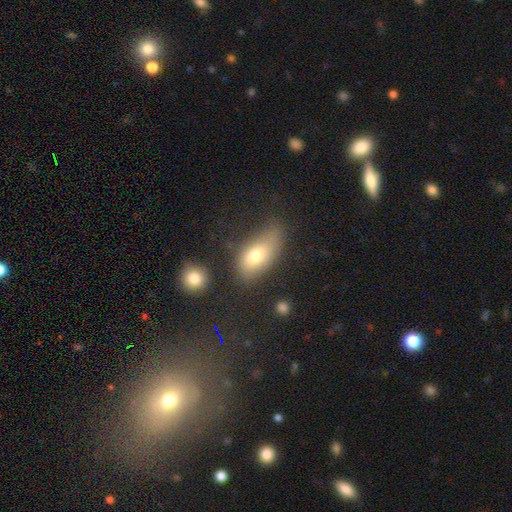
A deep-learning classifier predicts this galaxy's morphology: smooth-or-featured: smooth: 73% | featured or disk: 18% | star or artifact: 9%
  how-rounded: in between: 87% | cigar-shaped: 7% | round: 5%
  merging: none: 47% | minor disturbance: 31% | major disturbance: 16% | merger: 6%